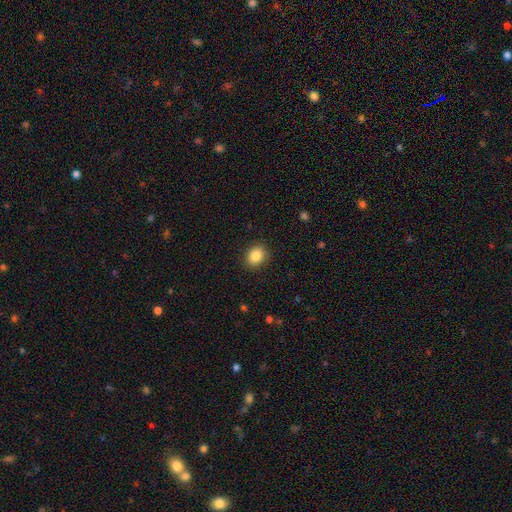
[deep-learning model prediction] Q: Smooth or featured?
A: smooth (85%); runner-up: star or artifact (9%)
Q: How rounded?
A: round (54%); runner-up: in between (45%)
Q: Merging?
A: none (90%); runner-up: minor disturbance (7%)